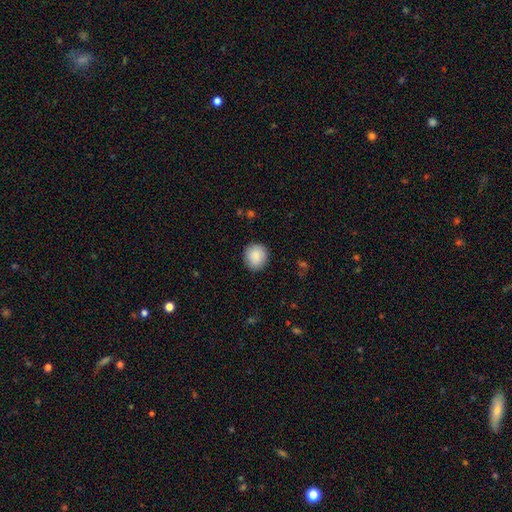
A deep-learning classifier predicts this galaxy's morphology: Smooth or featured?
  - smooth: 89% *
  - star or artifact: 7%
  - featured or disk: 4%
How rounded?
  - round: 85% *
  - in between: 14%
  - cigar-shaped: 1%
Merging?
  - none: 89% *
  - minor disturbance: 8%
  - major disturbance: 2%
  - merger: 1%